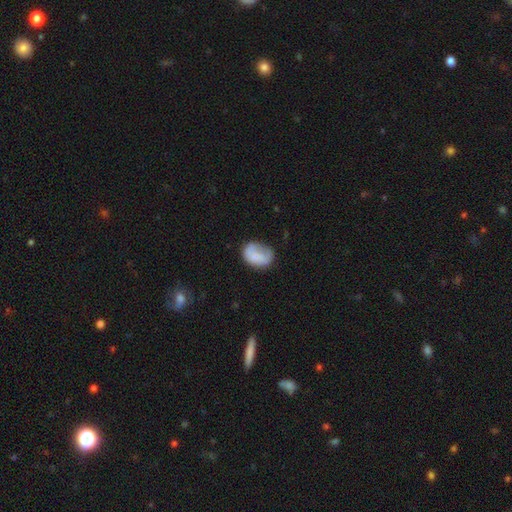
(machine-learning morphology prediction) A smooth galaxy with no disk features (64%) that is in between round and cigar-shaped (71%). Merging: none (46%).